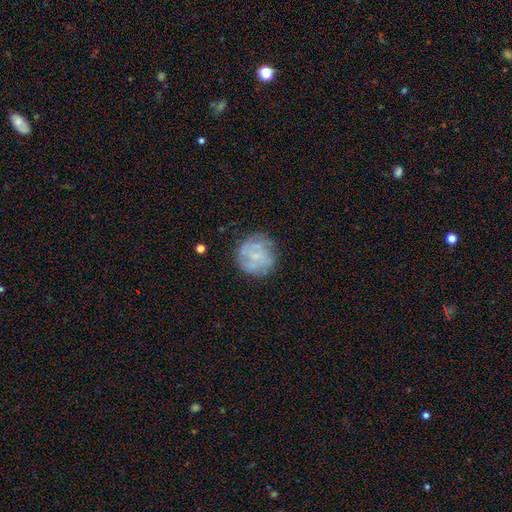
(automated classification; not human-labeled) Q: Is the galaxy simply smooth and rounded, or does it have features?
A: featured or disk — 51%.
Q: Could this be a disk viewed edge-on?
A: no — 98%.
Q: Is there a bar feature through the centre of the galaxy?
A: no — 73%.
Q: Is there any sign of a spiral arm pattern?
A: yes — 57%.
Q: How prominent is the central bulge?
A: small — 56%.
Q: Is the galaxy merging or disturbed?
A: none — 70%.